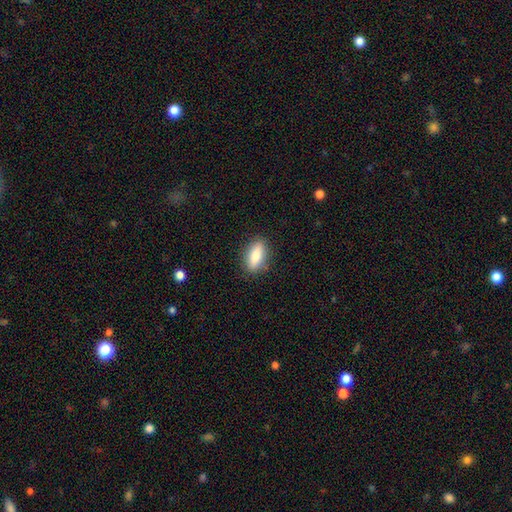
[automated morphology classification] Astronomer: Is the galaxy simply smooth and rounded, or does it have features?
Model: smooth — 77%.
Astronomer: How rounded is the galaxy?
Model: in between — 71%.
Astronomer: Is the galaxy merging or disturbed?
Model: none — 86%.